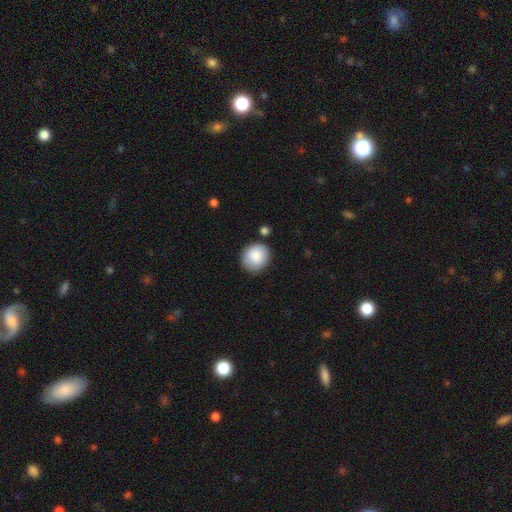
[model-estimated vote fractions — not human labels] A smooth galaxy with no disk features (86%) that is round (78%). Merging: none (82%).